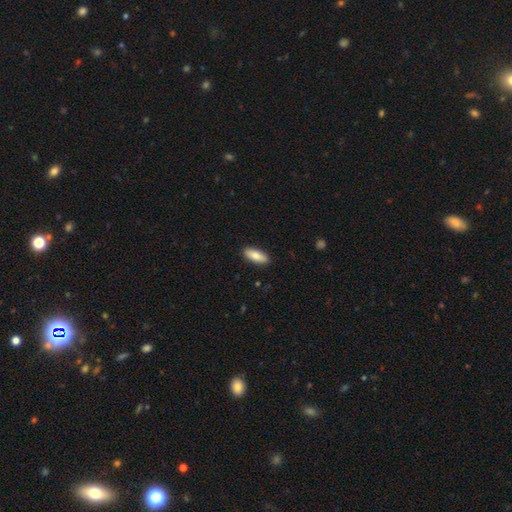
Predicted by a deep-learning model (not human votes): Overall: smooth (82%). How rounded: in between (76%). Merging: none (89%).